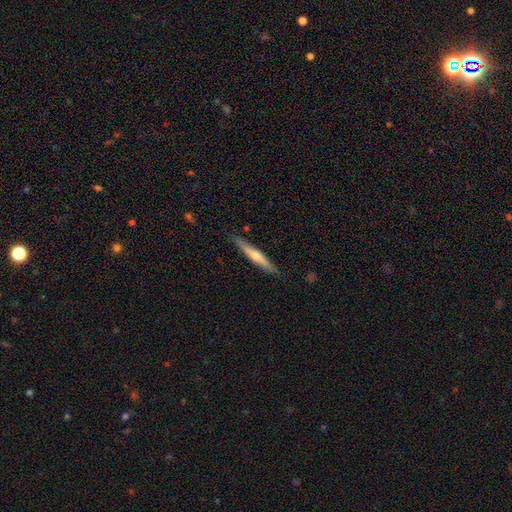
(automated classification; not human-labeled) featured or disk 53%, smooth 42%, star or artifact 6%. Down the decision tree: edge-on disk — yes (94%); merging — none (87%).